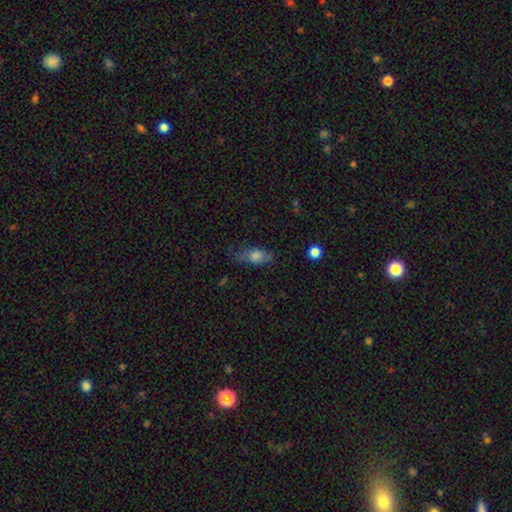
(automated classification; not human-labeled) The model was most divided on "merging": none: 58%, minor disturbance: 29%, major disturbance: 11%, merger: 2%. More confident: how rounded — in between (78%); smooth or featured — smooth (69%).